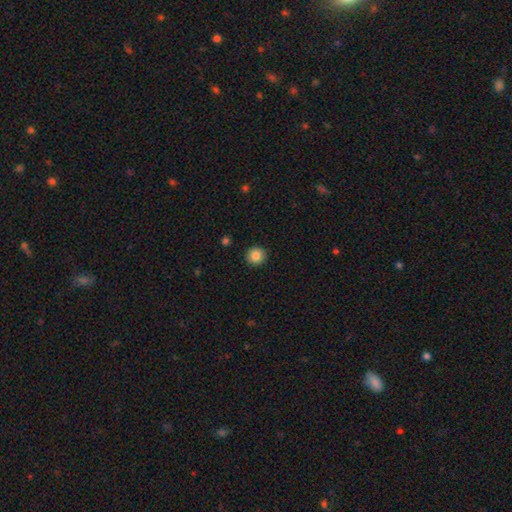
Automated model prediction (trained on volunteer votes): smooth 85%, star or artifact 9%, featured or disk 5%. Down the decision tree: how rounded — round (92%); merging — none (92%).